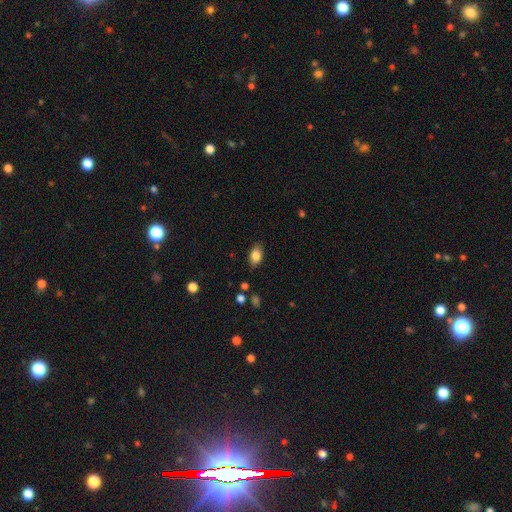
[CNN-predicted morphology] This appears to be a smooth galaxy with no disk features (83%) that is in between round and cigar-shaped (87%). Merging: none (83%).